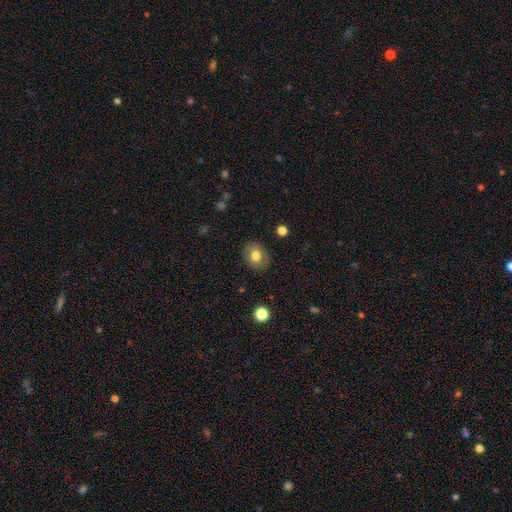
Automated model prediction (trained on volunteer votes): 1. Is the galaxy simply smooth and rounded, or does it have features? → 73% smooth, 18% featured or disk, 9% star or artifact.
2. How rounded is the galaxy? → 52% in between, 47% round, 1% cigar-shaped.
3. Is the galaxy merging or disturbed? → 85% none, 11% minor disturbance, 3% major disturbance, 1% merger.